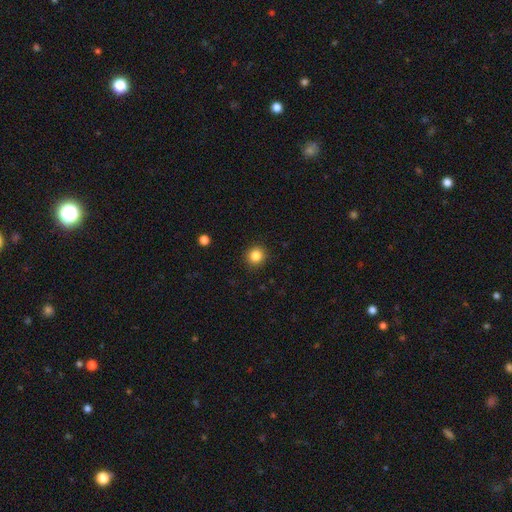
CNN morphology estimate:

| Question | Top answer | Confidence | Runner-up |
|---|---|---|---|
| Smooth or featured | smooth | 84% | star or artifact (11%) |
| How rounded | round | 91% | in between (8%) |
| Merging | none | 91% | minor disturbance (6%) |